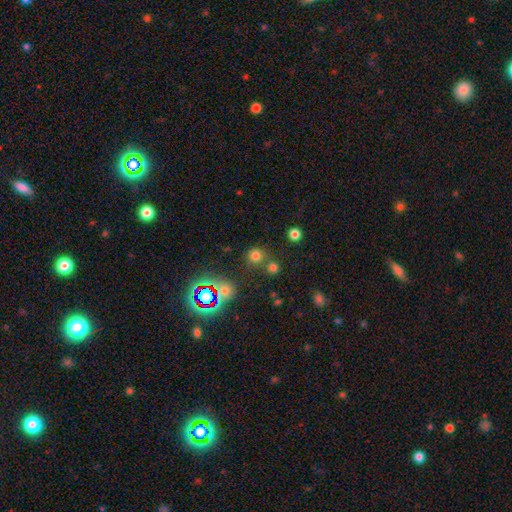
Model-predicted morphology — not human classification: A smooth galaxy with no disk features (68%) that is round (92%).

Vote fractions:
- Smooth or featured? smooth: 68% / star or artifact: 25% / featured or disk: 6%
- How rounded? round: 92% / in between: 7% / cigar-shaped: 1%
- Merging? none: 73% / merger: 16% / minor disturbance: 8% / major disturbance: 3%